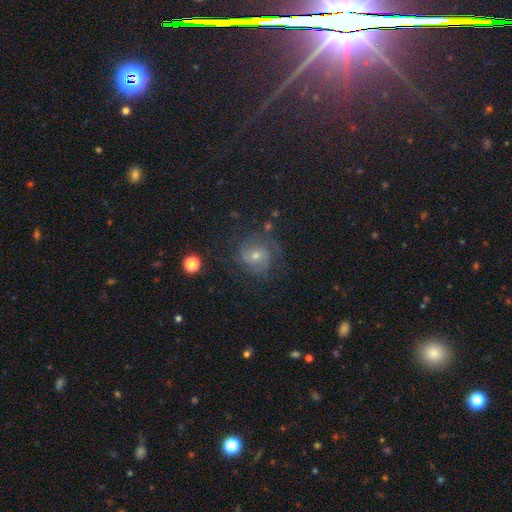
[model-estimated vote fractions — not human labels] Smooth or featured? Predicted: featured or disk (p=0.58). Edge-on disk? Predicted: no (p=0.97). Bar? Predicted: no (p=0.69). Spiral arms? Predicted: yes (p=0.87). Bulge size? Predicted: small (p=0.47, tied with moderate). Merging? Predicted: none (p=0.72).